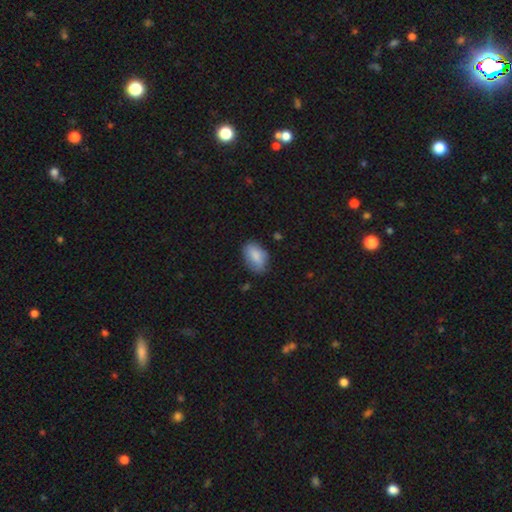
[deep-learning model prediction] Smooth or featured: smooth — 83% (featured or disk — 10%)
How rounded: in between — 90% (round — 8%)
Merging: none — 72% (minor disturbance — 22%)